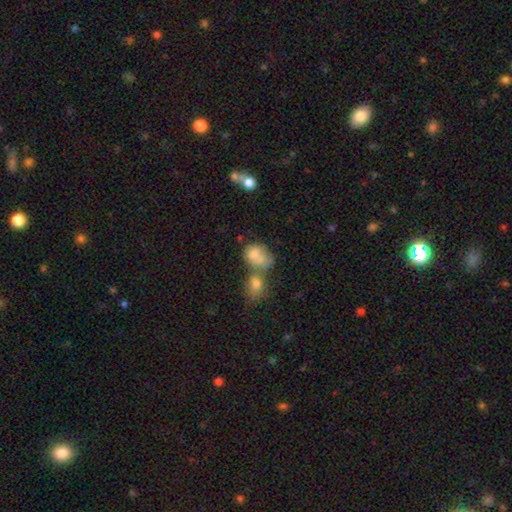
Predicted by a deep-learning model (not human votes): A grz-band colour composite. It shows a smooth galaxy with no disk features (75%) that is in between round and cigar-shaped (61%). Merging: merger (51%).